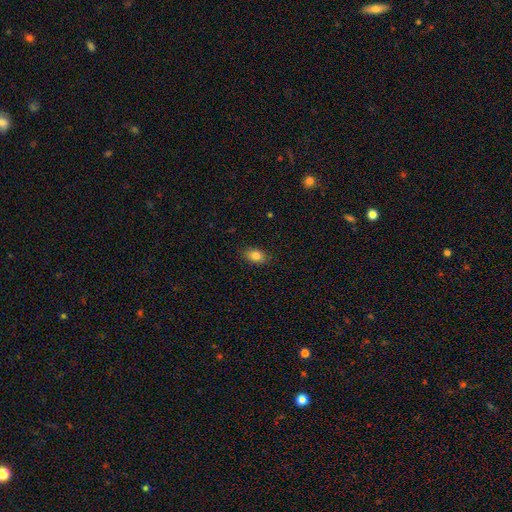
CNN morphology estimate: smooth_or_featured: smooth (p=0.82) [alt: star or artifact p=0.09]
how_rounded: in between (p=0.82) [alt: round p=0.16]
merging: none (p=0.86) [alt: minor disturbance p=0.10]